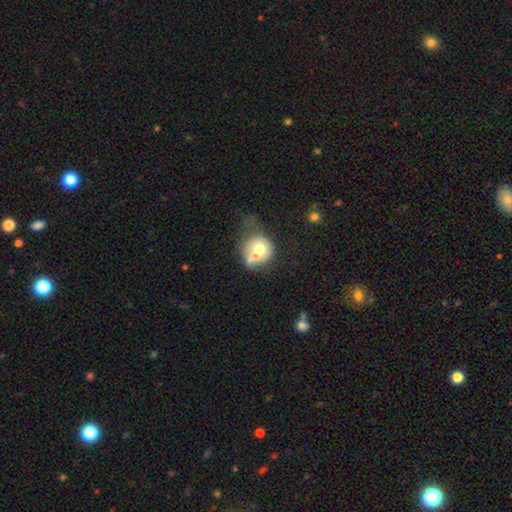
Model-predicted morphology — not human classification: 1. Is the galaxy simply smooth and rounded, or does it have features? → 60% smooth, 30% featured or disk, 10% star or artifact.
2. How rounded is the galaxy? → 80% round, 19% in between, 1% cigar-shaped.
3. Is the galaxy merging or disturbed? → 52% merger, 28% none, 12% minor disturbance, 8% major disturbance.